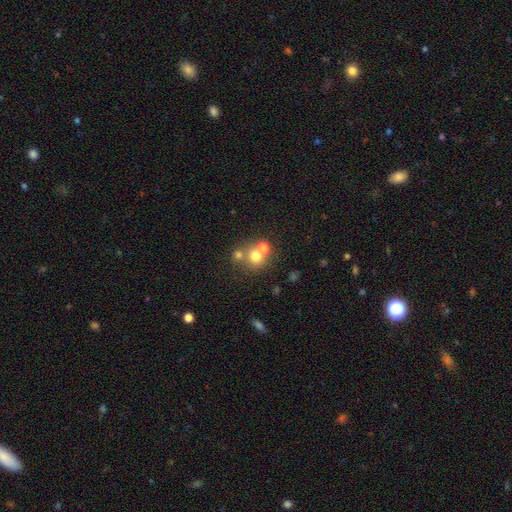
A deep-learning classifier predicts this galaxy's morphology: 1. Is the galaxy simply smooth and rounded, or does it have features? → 67% smooth, 17% star or artifact, 16% featured or disk.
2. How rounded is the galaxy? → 84% round, 15% in between, 1% cigar-shaped.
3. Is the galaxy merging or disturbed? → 48% none, 41% merger, 7% minor disturbance, 4% major disturbance.